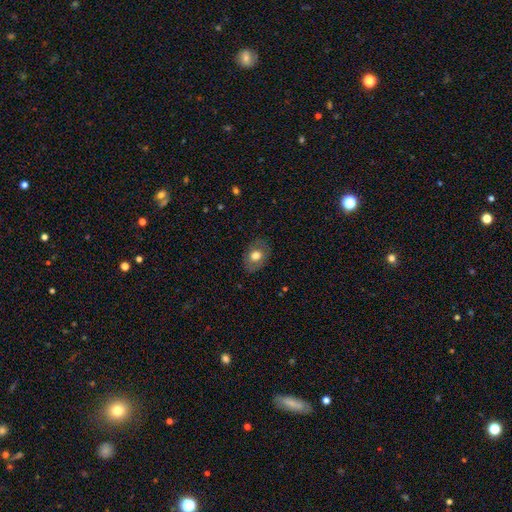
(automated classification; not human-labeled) smooth 68%, featured or disk 24%, star or artifact 8%. Down the decision tree: how rounded — in between (68%); merging — none (82%).